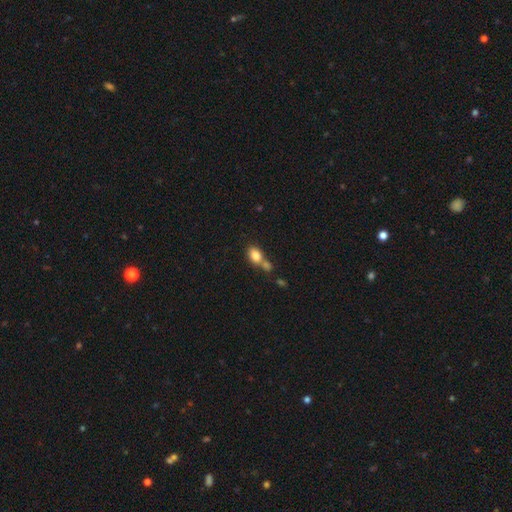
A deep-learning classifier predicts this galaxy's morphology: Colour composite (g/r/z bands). It shows a smooth galaxy with no disk features (82%) that is in between round and cigar-shaped (77%). Merging: merger (48%).